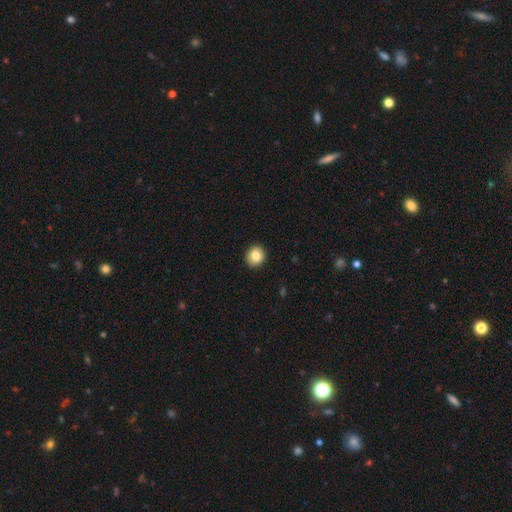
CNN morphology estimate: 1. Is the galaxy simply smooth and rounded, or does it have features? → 84% smooth, 8% star or artifact, 8% featured or disk.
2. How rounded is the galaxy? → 79% round, 20% in between, 1% cigar-shaped.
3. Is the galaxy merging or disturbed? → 91% none, 7% minor disturbance, 2% major disturbance, 1% merger.